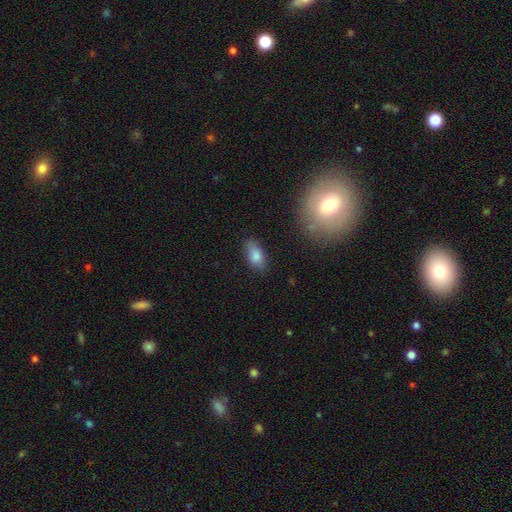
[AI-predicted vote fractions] This appears to be a smooth galaxy with no disk features (82%) that is in between round and cigar-shaped (89%). Merging: none (76%).